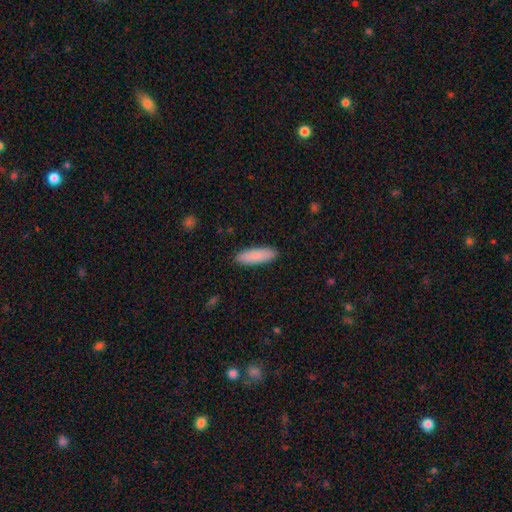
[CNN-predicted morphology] Smooth or featured: smooth — 87% (featured or disk — 7%)
How rounded: cigar-shaped — 50% (in between — 48%)
Merging: none — 90% (minor disturbance — 7%)